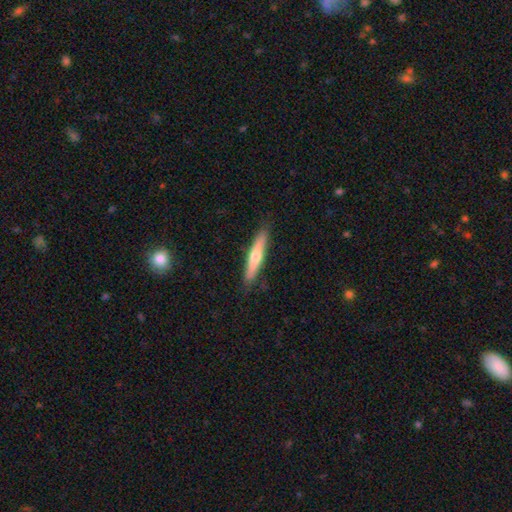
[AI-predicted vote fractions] Smooth or featured? featured or disk (48%)
Merging? none (88%)